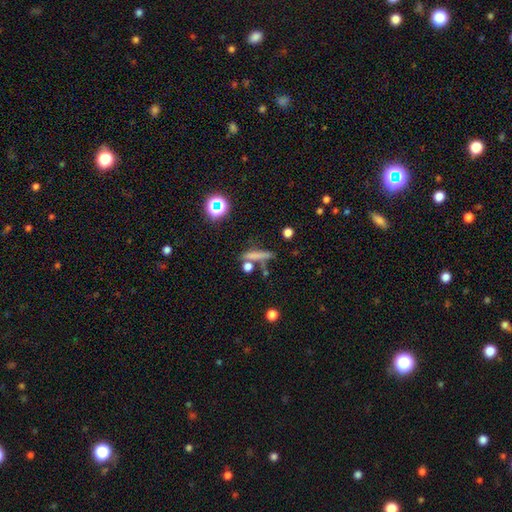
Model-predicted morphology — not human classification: Smooth or featured: smooth — 64% (featured or disk — 21%)
How rounded: cigar-shaped — 81% (in between — 12%)
Merging: none — 62% (minor disturbance — 16%)